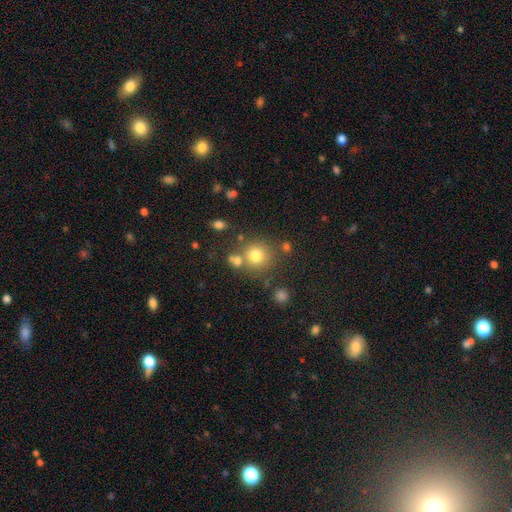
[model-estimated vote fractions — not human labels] Smooth or featured? smooth (76%)
How rounded? round (90%)
Merging? none (70%)